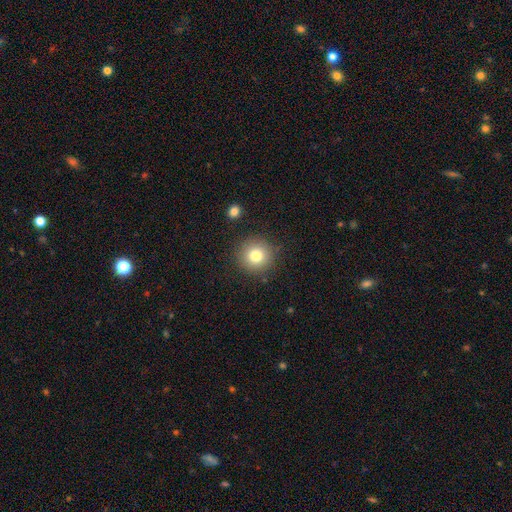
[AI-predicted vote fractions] Q: Smooth or featured?
A: smooth (79%); runner-up: star or artifact (11%)
Q: How rounded?
A: round (95%); runner-up: in between (5%)
Q: Merging?
A: none (88%); runner-up: minor disturbance (7%)